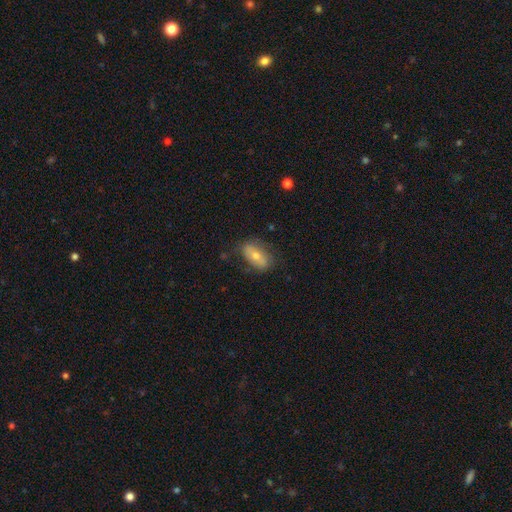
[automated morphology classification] Smooth or featured? smooth (49%)
Merging? none (72%)